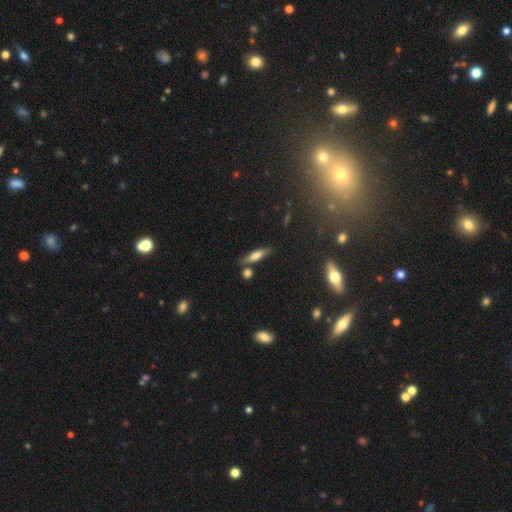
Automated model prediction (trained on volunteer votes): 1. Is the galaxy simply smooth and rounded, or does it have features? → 58% smooth, 32% featured or disk, 10% star or artifact.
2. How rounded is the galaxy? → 73% cigar-shaped, 24% in between, 3% round.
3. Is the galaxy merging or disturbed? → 73% none, 15% minor disturbance, 9% merger, 4% major disturbance.